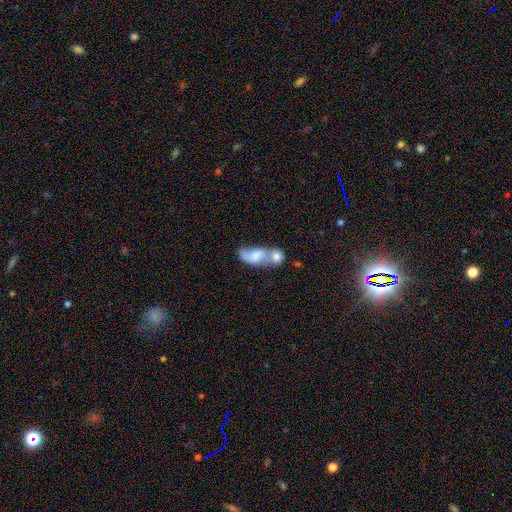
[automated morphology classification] A smooth galaxy with no disk features (55%) that is in between round and cigar-shaped (80%). Merging: merger (73%).